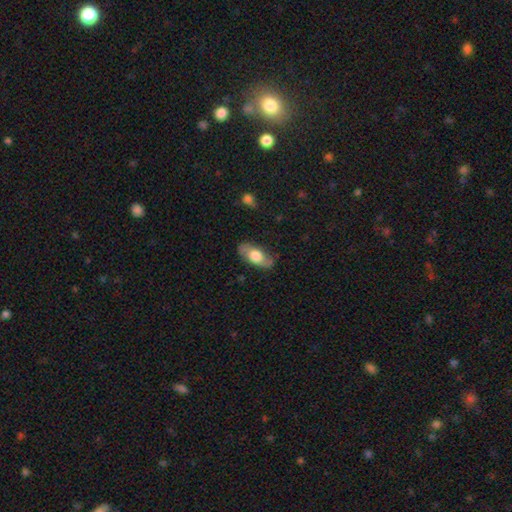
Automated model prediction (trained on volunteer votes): The model was most divided on "smooth or featured": smooth: 52%, featured or disk: 42%, star or artifact: 6%. More confident: how rounded — in between (83%); merging — none (80%).